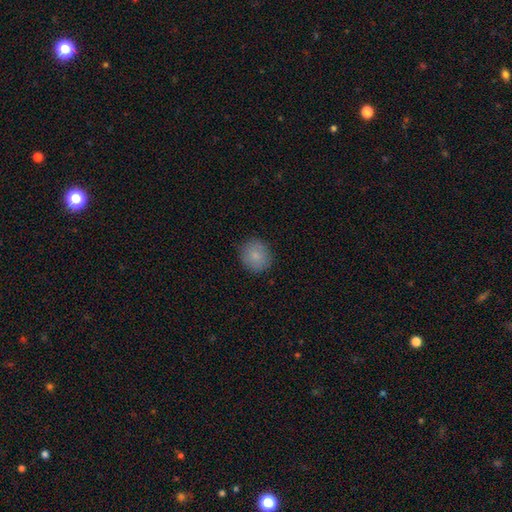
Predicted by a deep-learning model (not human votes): Smooth or featured? Predicted: smooth (p=0.84). How rounded? Predicted: round (p=0.86). Merging? Predicted: none (p=0.88).